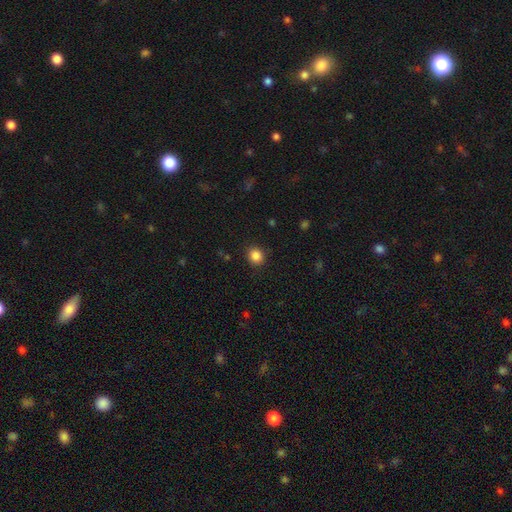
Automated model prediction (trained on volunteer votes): The model was most divided on "how rounded": round: 84%, in between: 15%, cigar-shaped: 1%. More confident: merging — none (89%); smooth or featured — smooth (86%).